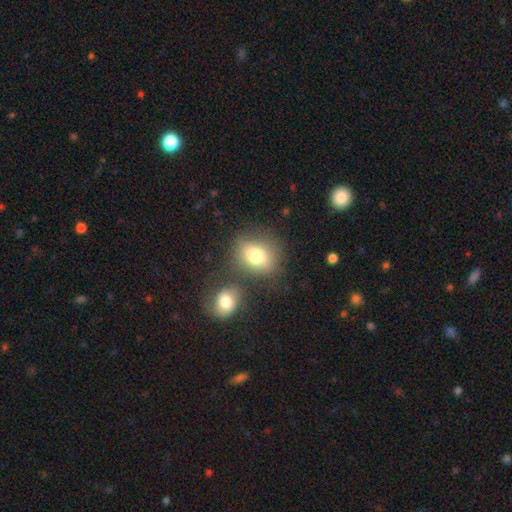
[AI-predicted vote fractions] smooth_or_featured: smooth (p=0.76) [alt: featured or disk p=0.14]
how_rounded: round (p=0.60) [alt: in between p=0.39]
merging: none (p=0.65) [alt: merger p=0.17]